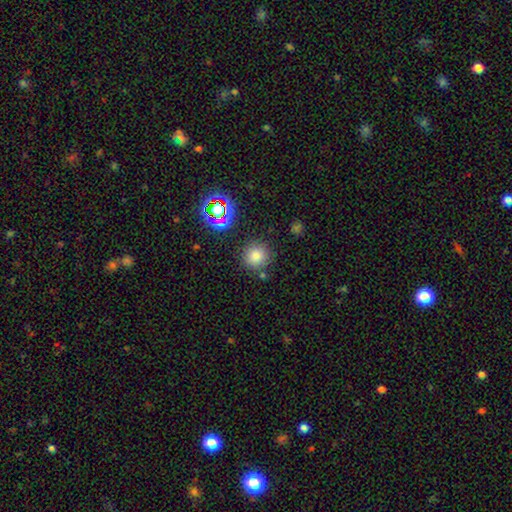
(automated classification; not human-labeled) smooth-or-featured: smooth: 77% | star or artifact: 17% | featured or disk: 6%
  how-rounded: round: 93% | in between: 6% | cigar-shaped: 1%
  merging: none: 83% | minor disturbance: 9% | merger: 5% | major disturbance: 3%